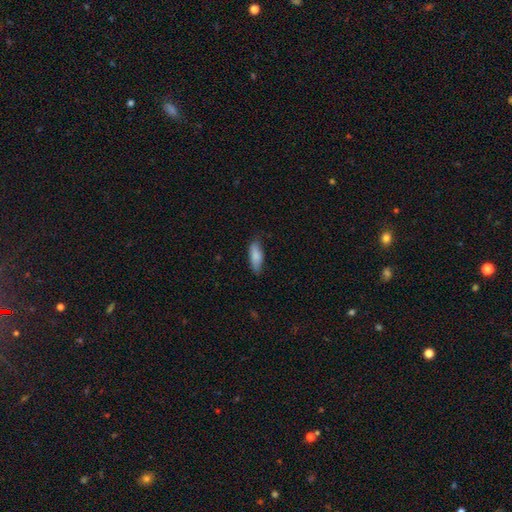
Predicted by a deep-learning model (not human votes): Q: Smooth or featured?
A: smooth (85%); runner-up: featured or disk (9%)
Q: How rounded?
A: in between (70%); runner-up: cigar-shaped (28%)
Q: Merging?
A: none (75%); runner-up: minor disturbance (20%)